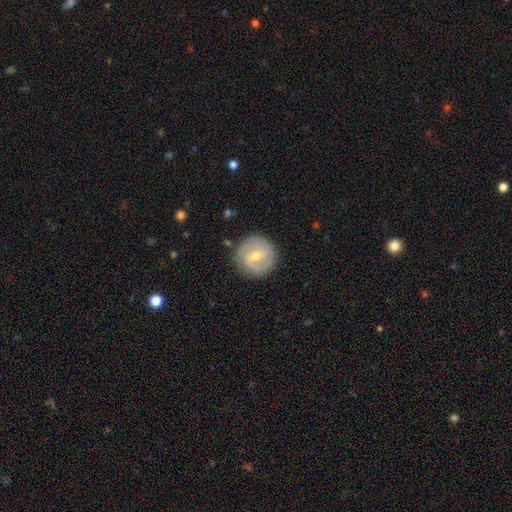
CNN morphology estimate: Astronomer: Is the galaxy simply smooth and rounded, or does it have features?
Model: featured or disk — 71%.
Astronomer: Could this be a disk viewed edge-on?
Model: no — 97%.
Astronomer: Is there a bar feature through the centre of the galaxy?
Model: weak — 54% (runner-up: no, 32%).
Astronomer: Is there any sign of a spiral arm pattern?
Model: yes — 88%.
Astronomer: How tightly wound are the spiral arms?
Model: tight — 49% (runner-up: medium, 39%).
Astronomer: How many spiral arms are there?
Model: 2 — 67%.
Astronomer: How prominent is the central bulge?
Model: moderate — 53% (runner-up: small, 44%).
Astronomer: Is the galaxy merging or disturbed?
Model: none — 85%.